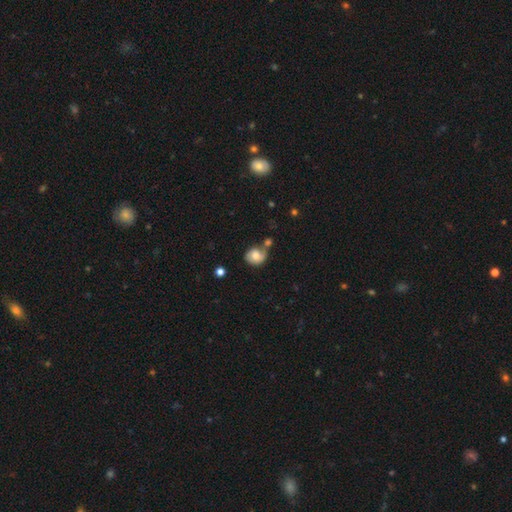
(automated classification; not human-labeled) A smooth galaxy with no disk features (65%) that is round (67%).

Vote fractions:
- Smooth or featured? smooth: 65% / featured or disk: 26% / star or artifact: 9%
- How rounded? round: 67% / in between: 32% / cigar-shaped: 1%
- Merging? none: 44% / merger: 25% / minor disturbance: 21% / major disturbance: 10%